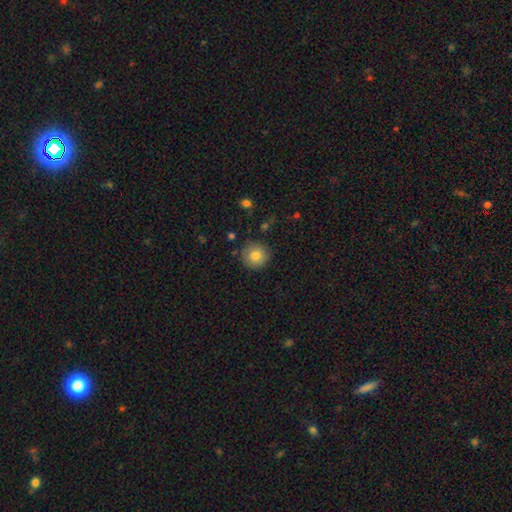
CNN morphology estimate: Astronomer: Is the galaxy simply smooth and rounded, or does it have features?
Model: smooth — 81%.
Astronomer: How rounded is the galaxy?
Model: round — 94%.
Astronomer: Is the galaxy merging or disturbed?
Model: none — 87%.